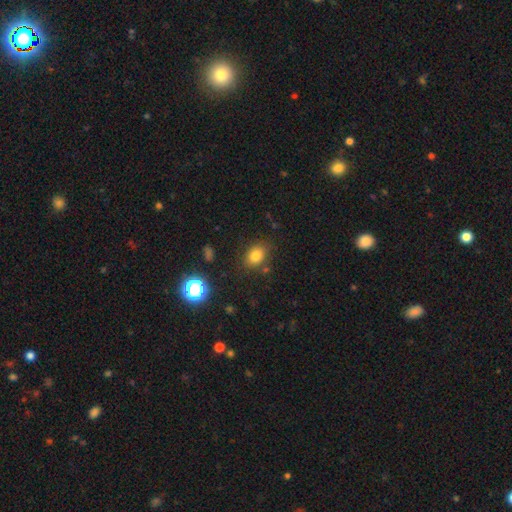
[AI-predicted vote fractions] A smooth galaxy with no disk features (79%) that is in between round and cigar-shaped (62%).

Vote fractions:
- Smooth or featured? smooth: 79% / star or artifact: 14% / featured or disk: 8%
- How rounded? in between: 62% / round: 36% / cigar-shaped: 1%
- Merging? none: 78% / minor disturbance: 14% / major disturbance: 4% / merger: 3%